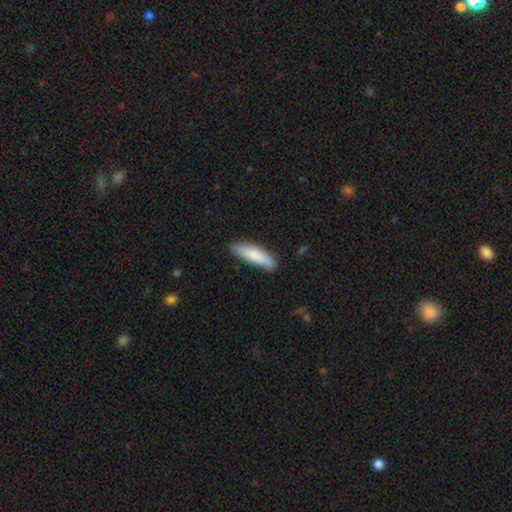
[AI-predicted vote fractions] Smooth or featured? Predicted: smooth (p=0.81). How rounded? Predicted: cigar-shaped (p=0.71). Merging? Predicted: none (p=0.83).